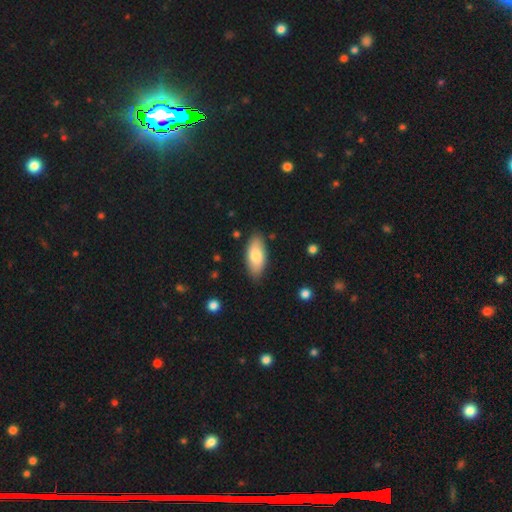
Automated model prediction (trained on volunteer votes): smooth 79%, featured or disk 16%, star or artifact 6%. Down the decision tree: how rounded — in between (88%); merging — none (85%).